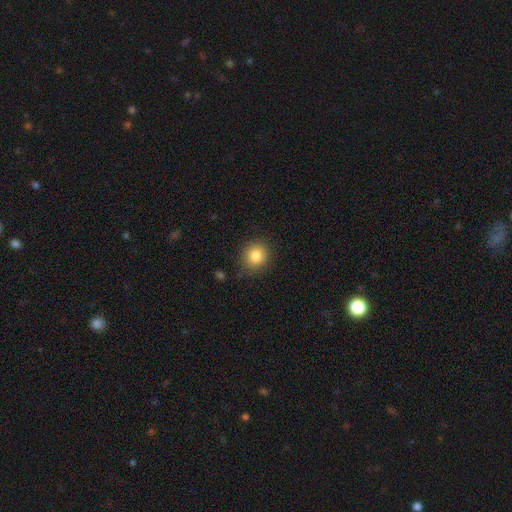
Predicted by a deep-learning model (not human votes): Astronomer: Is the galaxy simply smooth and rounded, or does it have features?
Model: smooth — 84%.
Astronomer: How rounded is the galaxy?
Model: round — 84%.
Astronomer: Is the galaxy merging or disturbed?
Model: none — 86%.